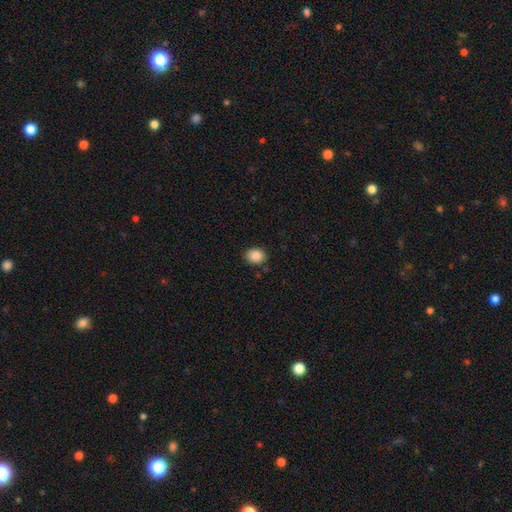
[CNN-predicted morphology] smooth 88%, star or artifact 9%, featured or disk 3%. Down the decision tree: how rounded — round (55%); merging — none (85%).